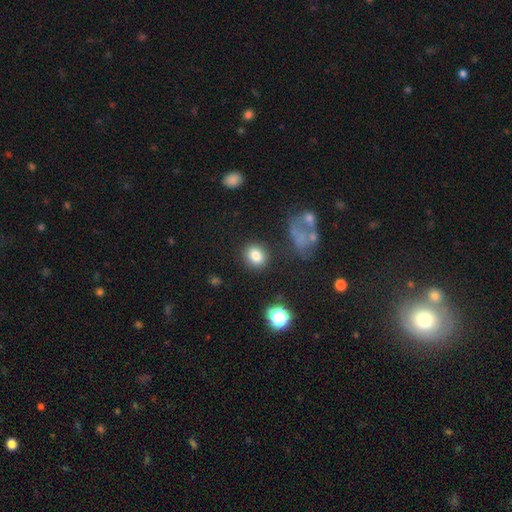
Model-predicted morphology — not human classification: smooth 82%, star or artifact 11%, featured or disk 8%. Down the decision tree: how rounded — round (68%); merging — none (84%).